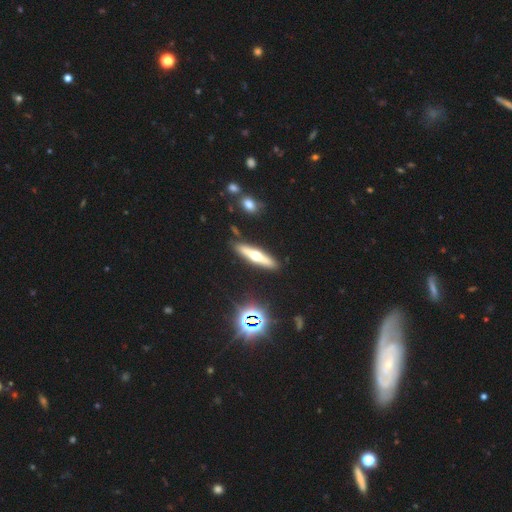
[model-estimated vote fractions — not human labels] A featured or disk galaxy (58%) viewed edge-on (92%) with a rounded central bulge (93%). Merging: none (88%).